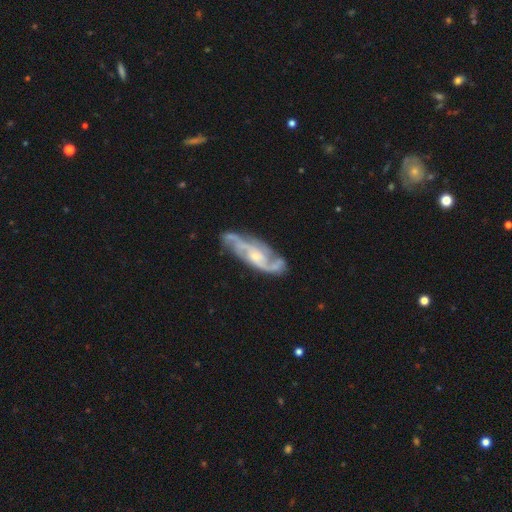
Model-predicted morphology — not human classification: Smooth or featured? featured or disk (88%)
Edge-on disk? no (91%)
Bar? no (56%)
Spiral arms? yes (97%)
Spiral winding? medium (50%)
Spiral arm count? 2 (44%)
Bulge size? small (56%)
Merging? none (72%)